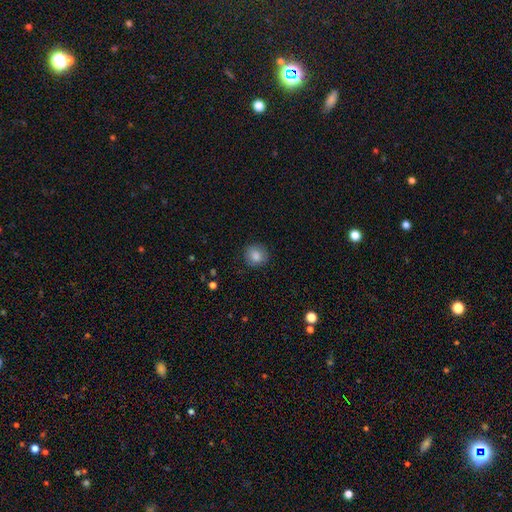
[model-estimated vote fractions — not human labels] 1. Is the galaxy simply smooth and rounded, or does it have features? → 85% smooth, 9% star or artifact, 5% featured or disk.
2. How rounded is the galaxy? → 87% round, 12% in between, 1% cigar-shaped.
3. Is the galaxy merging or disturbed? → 88% none, 8% minor disturbance, 2% major disturbance, 1% merger.